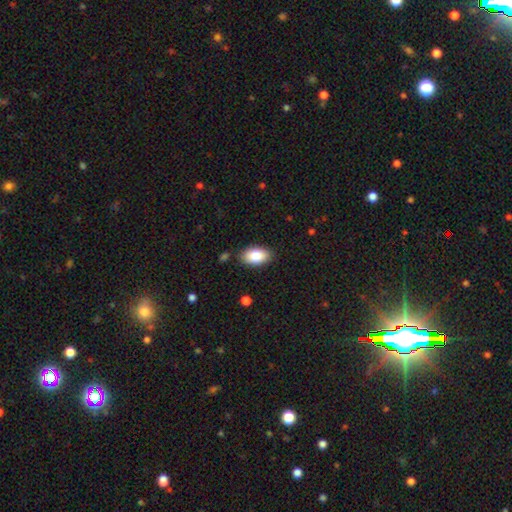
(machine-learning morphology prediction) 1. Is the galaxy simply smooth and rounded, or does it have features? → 83% smooth, 10% featured or disk, 7% star or artifact.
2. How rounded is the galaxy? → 93% in between, 5% round, 2% cigar-shaped.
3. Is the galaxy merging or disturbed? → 85% none, 11% minor disturbance, 2% major disturbance, 2% merger.